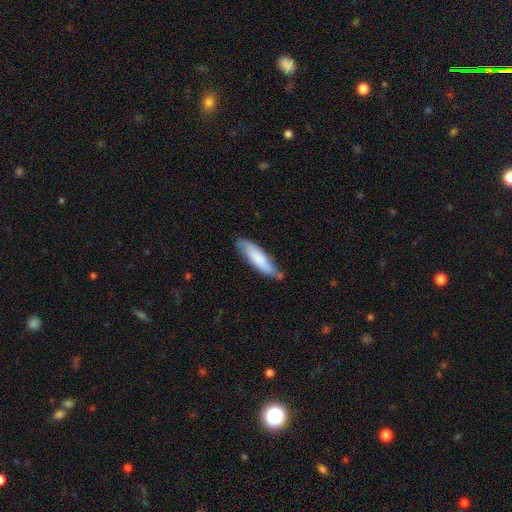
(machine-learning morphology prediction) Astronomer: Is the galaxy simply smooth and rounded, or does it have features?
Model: smooth — 71%.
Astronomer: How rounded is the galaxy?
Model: cigar-shaped — 65%.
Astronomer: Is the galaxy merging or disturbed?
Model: none — 63%.